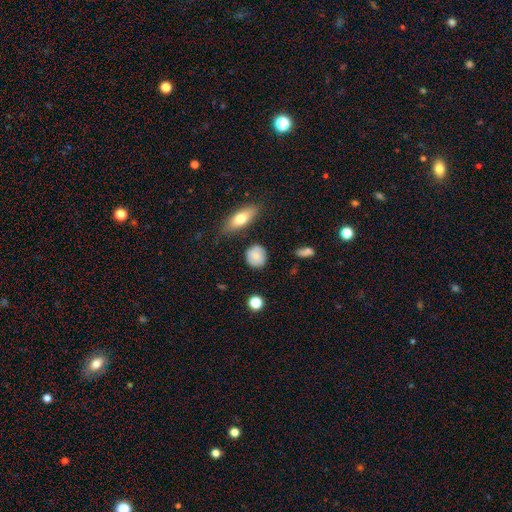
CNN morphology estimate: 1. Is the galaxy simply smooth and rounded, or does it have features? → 80% smooth, 12% featured or disk, 8% star or artifact.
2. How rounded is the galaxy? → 80% round, 18% in between, 2% cigar-shaped.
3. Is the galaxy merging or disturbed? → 81% none, 13% minor disturbance, 3% major disturbance, 2% merger.